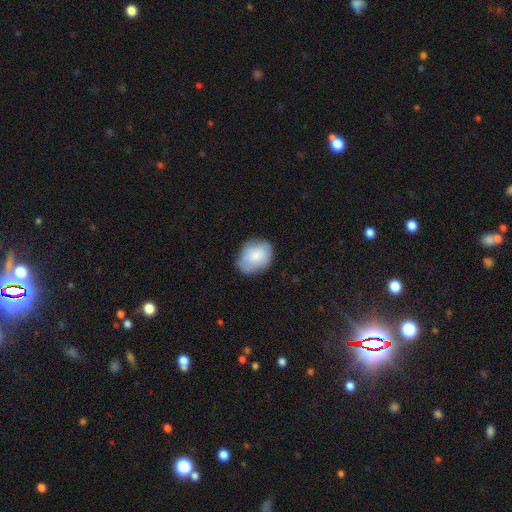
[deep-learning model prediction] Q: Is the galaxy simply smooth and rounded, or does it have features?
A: smooth — 78%.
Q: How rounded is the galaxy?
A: in between — 64%.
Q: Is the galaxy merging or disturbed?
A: none — 64%.